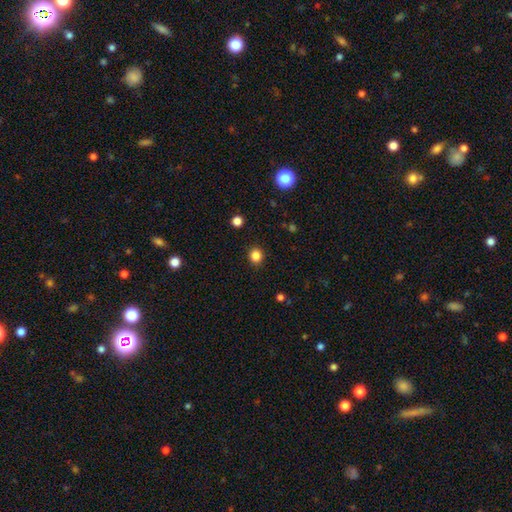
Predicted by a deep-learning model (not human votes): A smooth galaxy with no disk features (84%) that is round (83%). Merging: none (91%).